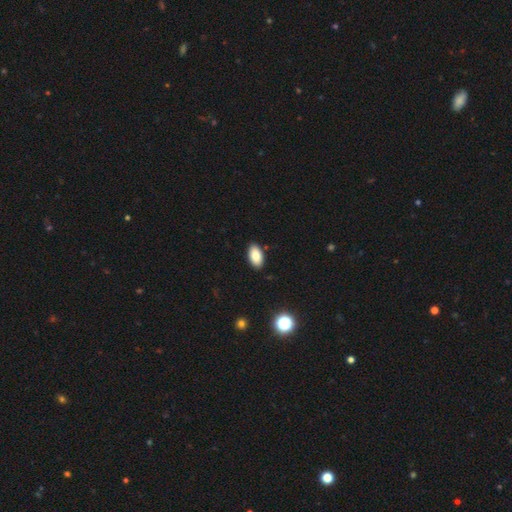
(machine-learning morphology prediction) Q: Smooth or featured?
A: smooth (85%); runner-up: star or artifact (8%)
Q: How rounded?
A: in between (95%); runner-up: round (3%)
Q: Merging?
A: none (89%); runner-up: minor disturbance (8%)